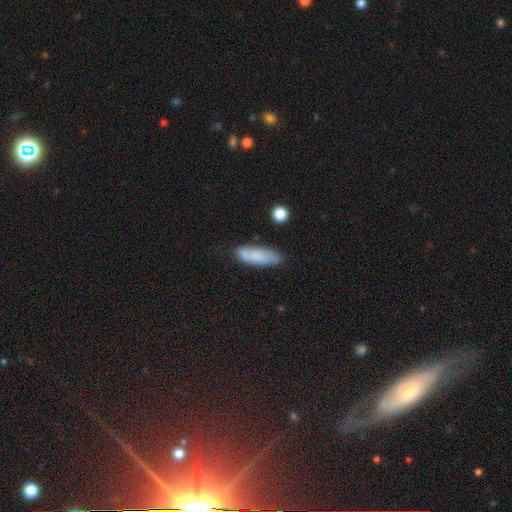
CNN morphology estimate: Smooth or featured? smooth (79%)
How rounded? in between (53%)
Merging? none (75%)